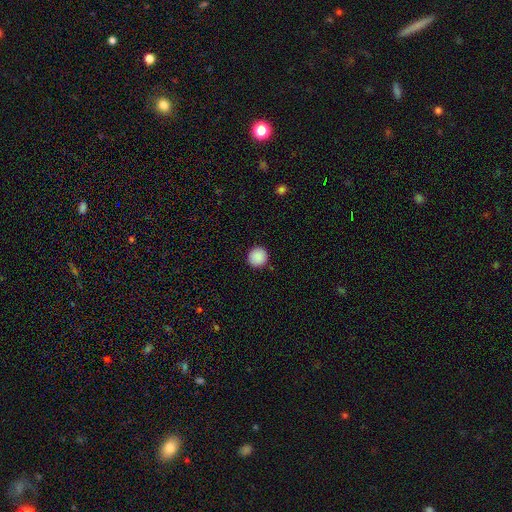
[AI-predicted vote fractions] A smooth galaxy with no disk features (89%) that is round (94%).

Vote fractions:
- Smooth or featured? smooth: 89% / star or artifact: 8% / featured or disk: 3%
- How rounded? round: 94% / in between: 5% / cigar-shaped: 1%
- Merging? none: 91% / minor disturbance: 6% / major disturbance: 2% / merger: 1%